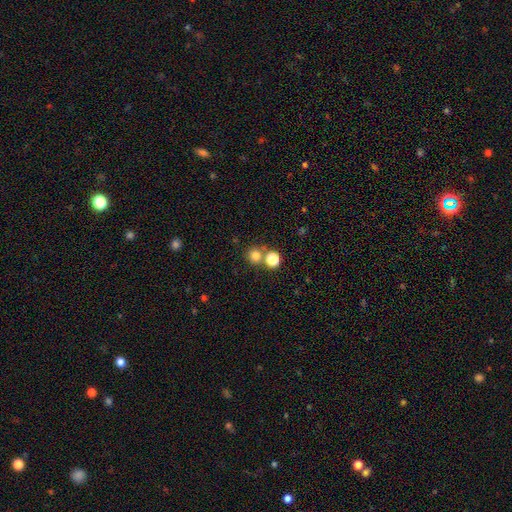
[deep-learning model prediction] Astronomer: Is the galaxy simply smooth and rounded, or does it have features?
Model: smooth — 79%.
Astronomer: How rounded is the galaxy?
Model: round — 92%.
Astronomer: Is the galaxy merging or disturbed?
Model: none — 64%.